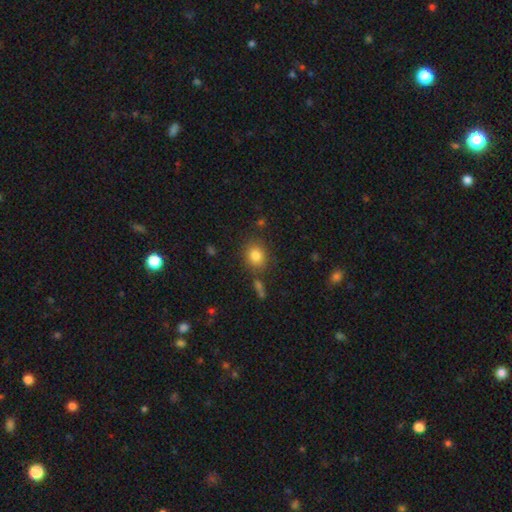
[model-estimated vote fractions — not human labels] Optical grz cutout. It shows a smooth galaxy with no disk features (83%) that is round (64%). Merging: none (77%).